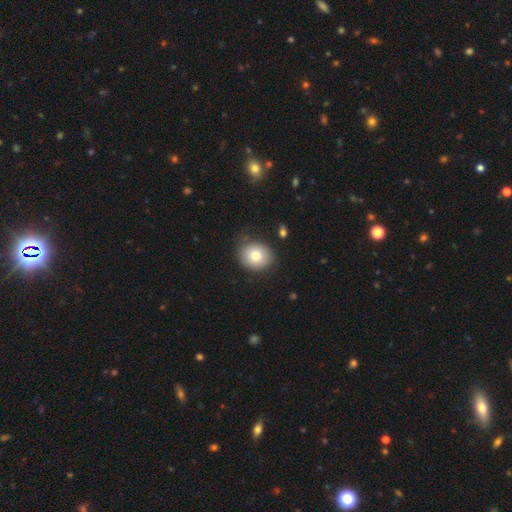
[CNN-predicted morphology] Smooth or featured: smooth — 77% (featured or disk — 14%)
How rounded: round — 70% (in between — 29%)
Merging: none — 77% (minor disturbance — 16%)